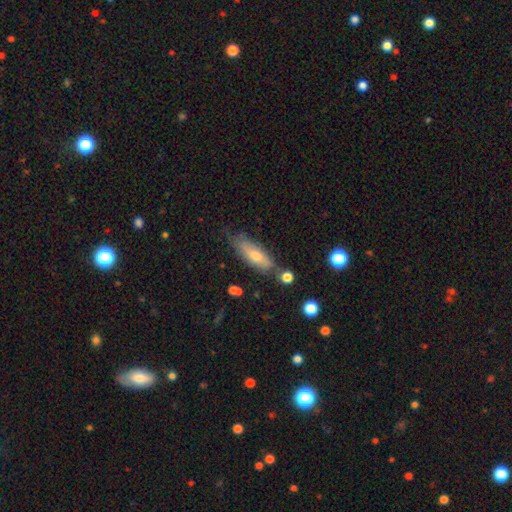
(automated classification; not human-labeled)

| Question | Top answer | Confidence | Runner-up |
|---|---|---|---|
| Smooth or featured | smooth | 58% | featured or disk (35%) |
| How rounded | in between | 54% | cigar-shaped (43%) |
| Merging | none | 64% | minor disturbance (24%) |